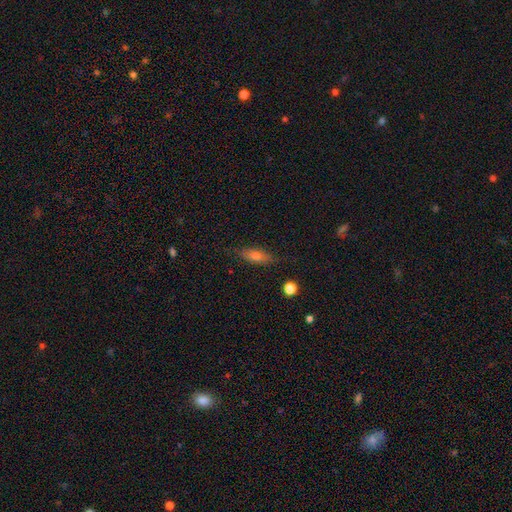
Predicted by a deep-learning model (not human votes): Morphology: type=smooth (62%); roundness=in between (50%); merging=none (80%).